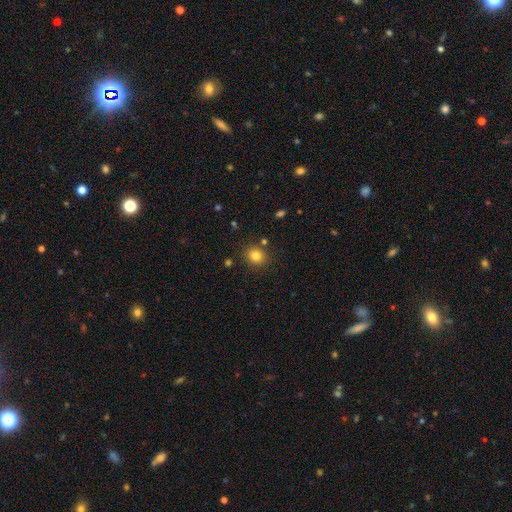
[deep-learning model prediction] Q: Smooth or featured?
A: smooth (81%); runner-up: star or artifact (12%)
Q: How rounded?
A: round (73%); runner-up: in between (26%)
Q: Merging?
A: none (86%); runner-up: minor disturbance (8%)